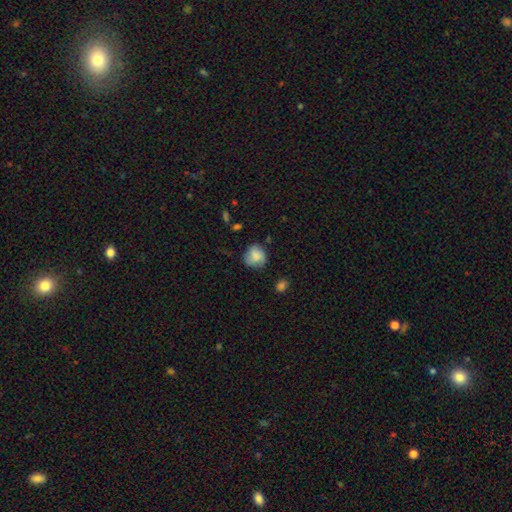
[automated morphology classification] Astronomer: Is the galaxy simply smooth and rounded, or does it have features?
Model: smooth — 81%.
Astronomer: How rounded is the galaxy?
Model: round — 78%.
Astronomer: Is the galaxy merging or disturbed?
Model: none — 64%.